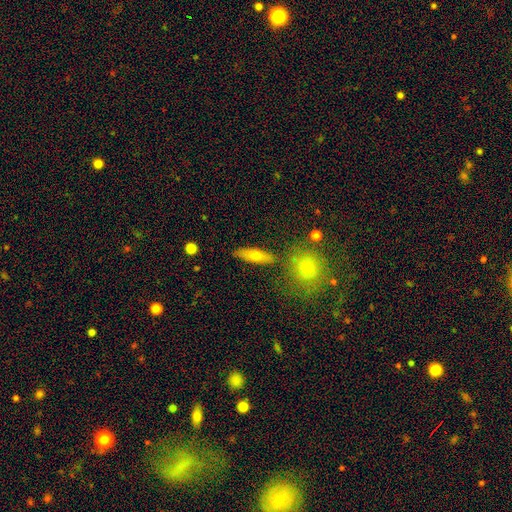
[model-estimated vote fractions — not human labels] Overall: smooth (65%; featured or disk 28%). How rounded: in between (48%; cigar-shaped 46%). Merging: none (79%).